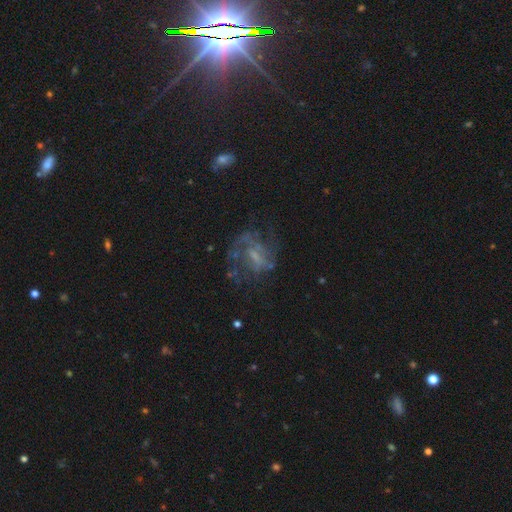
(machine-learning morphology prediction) The model was most divided on "bar": weak: 47%, no: 39%, strong: 14%. Remaining: edge-on disk — no (97%); spiral arms — yes (72%); smooth or featured — featured or disk (70%); merging — none (54%); bulge size — small (44%).